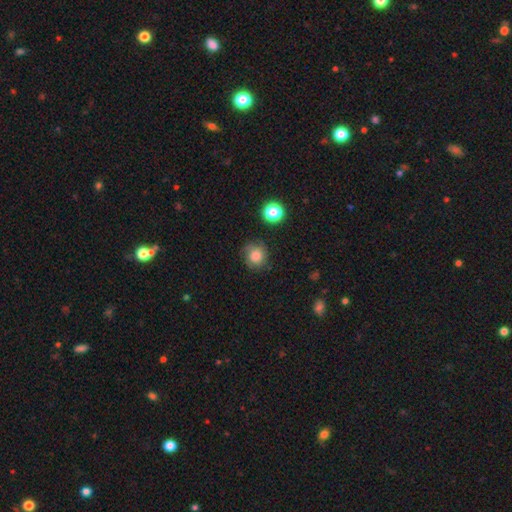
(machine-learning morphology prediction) This is likely a smooth galaxy (78%). How rounded: clearly round (88%). Merging: likely none (73%).